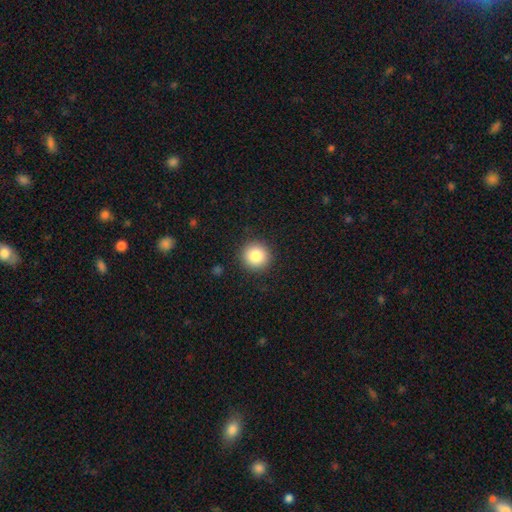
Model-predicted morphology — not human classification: smooth_or_featured: smooth (p=0.84) [alt: star or artifact p=0.10]
how_rounded: round (p=0.95) [alt: in between p=0.05]
merging: none (p=0.91) [alt: minor disturbance p=0.06]